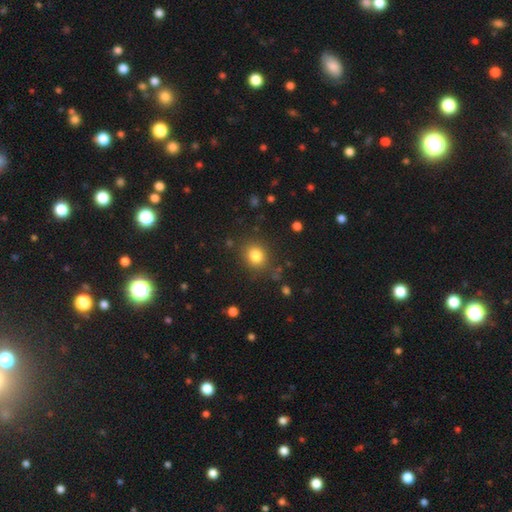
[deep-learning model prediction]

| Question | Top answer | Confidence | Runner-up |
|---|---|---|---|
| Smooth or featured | smooth | 82% | star or artifact (12%) |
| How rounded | round | 76% | in between (23%) |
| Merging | none | 84% | minor disturbance (10%) |